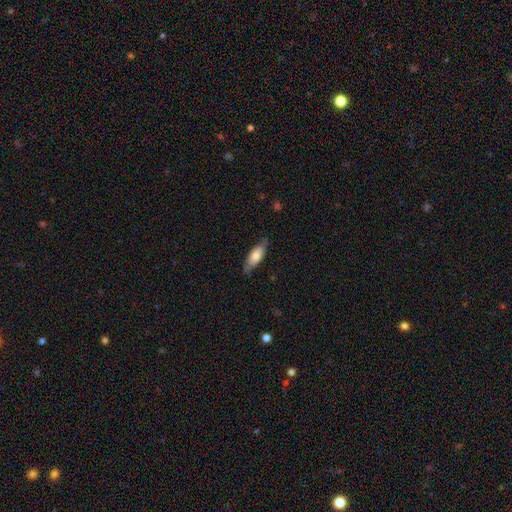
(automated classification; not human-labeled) smooth_or_featured: smooth (p=0.67) [alt: featured or disk p=0.27]
how_rounded: in between (p=0.61) [alt: cigar-shaped p=0.37]
merging: none (p=0.76) [alt: minor disturbance p=0.19]